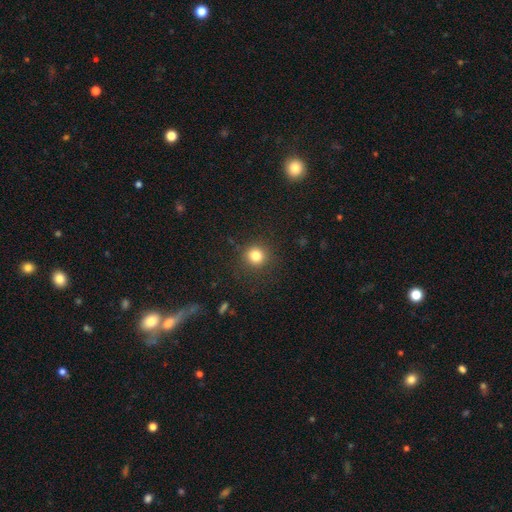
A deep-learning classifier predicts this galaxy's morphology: smooth_or_featured: smooth (p=0.82) [alt: star or artifact p=0.13]
how_rounded: round (p=0.92) [alt: in between p=0.07]
merging: none (p=0.89) [alt: minor disturbance p=0.07]